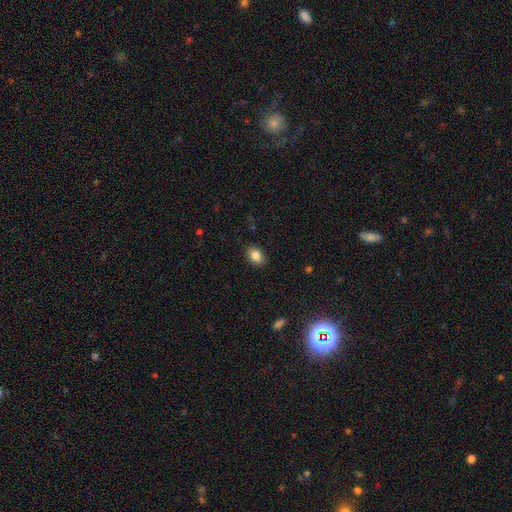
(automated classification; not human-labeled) Q: Smooth or featured?
A: smooth (86%); runner-up: star or artifact (9%)
Q: How rounded?
A: in between (80%); runner-up: round (19%)
Q: Merging?
A: none (88%); runner-up: minor disturbance (8%)